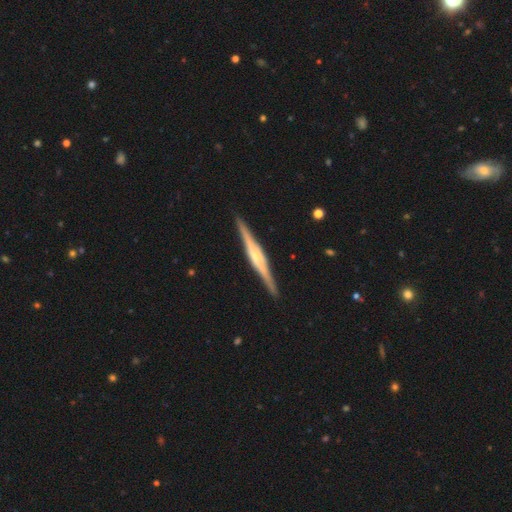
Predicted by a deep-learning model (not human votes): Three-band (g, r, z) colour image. It shows a featured or disk galaxy (83%) viewed edge-on (98%) with a rounded central bulge (55%). Merging: none (91%).